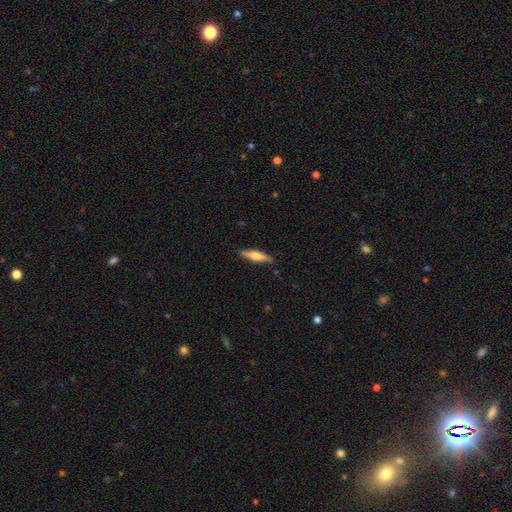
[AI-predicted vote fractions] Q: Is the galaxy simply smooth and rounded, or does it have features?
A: smooth — 49%.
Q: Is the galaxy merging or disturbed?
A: none — 88%.